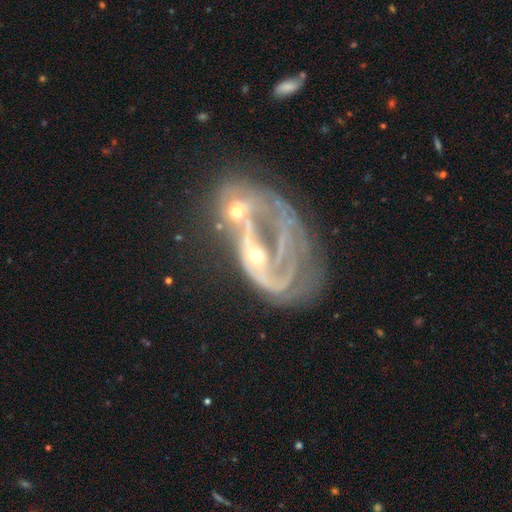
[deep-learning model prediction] smooth_or_featured: featured or disk (p=0.78) [alt: smooth p=0.12]
disk_edge_on: no (p=0.96) [alt: yes p=0.04]
bar: no (p=0.56) [alt: weak p=0.28]
has_spiral_arms: yes (p=0.75) [alt: no p=0.25]
spiral_winding: medium (p=0.38) [tied with: loose p=0.38]
spiral_arm_count: 2 (p=0.35) [alt: can't tell p=0.28]
bulge_size: moderate (p=0.50) [alt: small p=0.38]
merging: merger (p=0.66) [alt: major disturbance p=0.20]